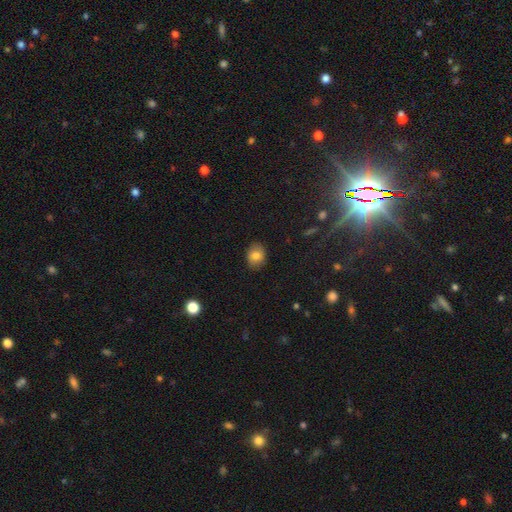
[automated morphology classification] The model was most divided on "how rounded": in between: 52%, round: 47%, cigar-shaped: 1%. More confident: merging — none (86%); smooth or featured — smooth (80%).